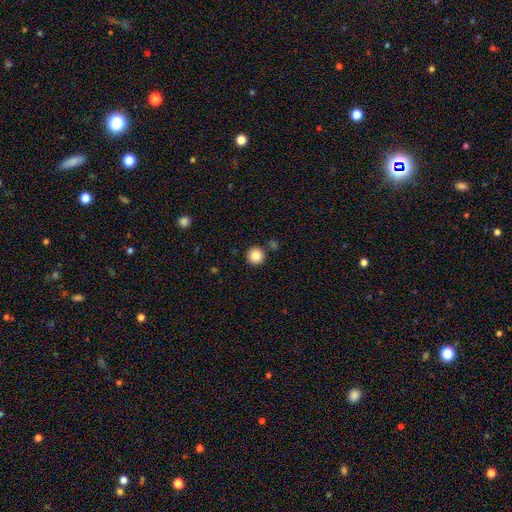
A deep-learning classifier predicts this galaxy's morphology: Smooth or featured? smooth (85%)
How rounded? round (96%)
Merging? none (88%)